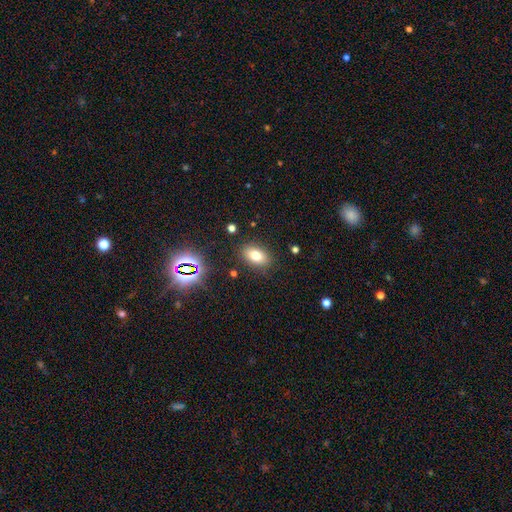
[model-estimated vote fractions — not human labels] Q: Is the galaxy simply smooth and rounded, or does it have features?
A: smooth — 74%.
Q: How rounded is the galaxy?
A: in between — 85%.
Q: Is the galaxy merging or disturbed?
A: none — 86%.